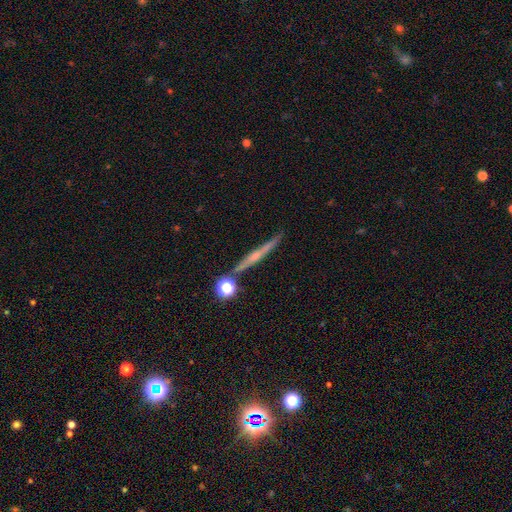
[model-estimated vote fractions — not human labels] This is likely a featured or disk galaxy (63%). It is clearly viewed edge-on (96%). Edge-on bulge: possibly rounded (58%). Merging: clearly none (83%).